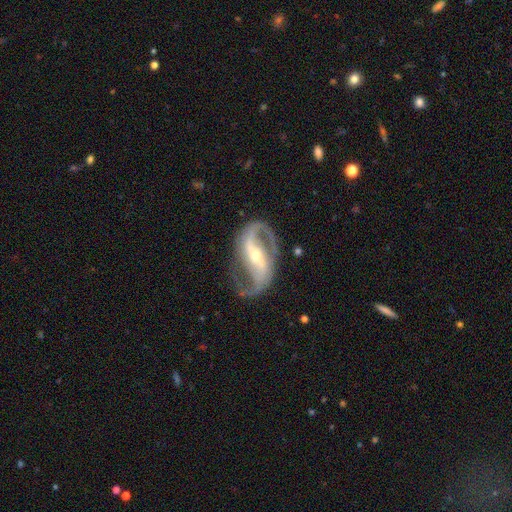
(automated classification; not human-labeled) The model was most divided on "spiral winding": medium: 48%, loose: 39%, tight: 13%. More confident: spiral arms — yes (97%); edge-on disk — no (97%); spiral arm count — 2 (93%); smooth or featured — featured or disk (92%); merging — none (77%); bulge size — small (59%); bar — strong (58%).